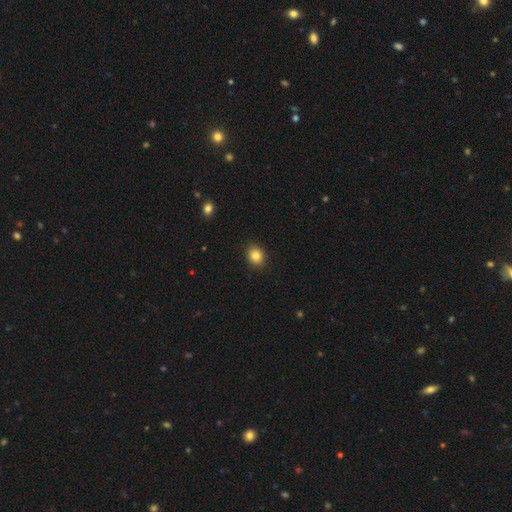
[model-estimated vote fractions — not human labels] smooth-or-featured: smooth: 83% | star or artifact: 10% | featured or disk: 6%
  how-rounded: round: 68% | in between: 31% | cigar-shaped: 1%
  merging: none: 89% | minor disturbance: 8% | major disturbance: 2% | merger: 1%